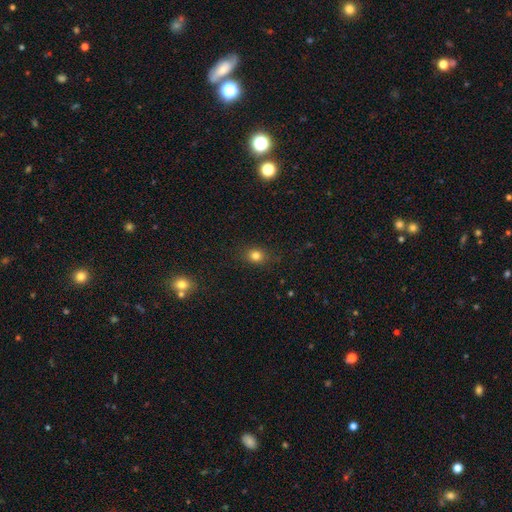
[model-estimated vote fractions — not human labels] Smooth or featured? smooth (80%)
How rounded? round (66%)
Merging? none (85%)